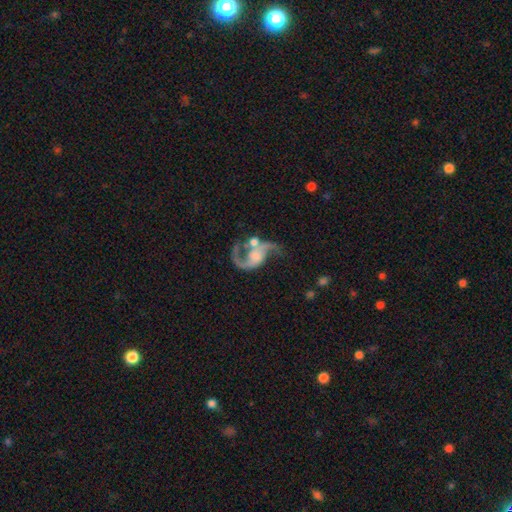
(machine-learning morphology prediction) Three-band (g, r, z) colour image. It shows a featured or disk galaxy (88%) with no bar (56%), 2 (88%) loose (64%) spiral arms (96%) and a moderate central bulge (33%). Merging: none (43%).